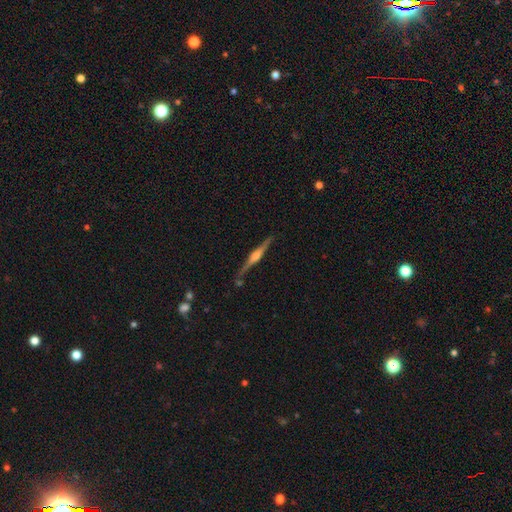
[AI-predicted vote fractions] featured or disk 81%, smooth 13%, star or artifact 6%. Down the decision tree: edge-on disk — yes (98%); edge-on bulge — rounded (85%); merging — none (84%).